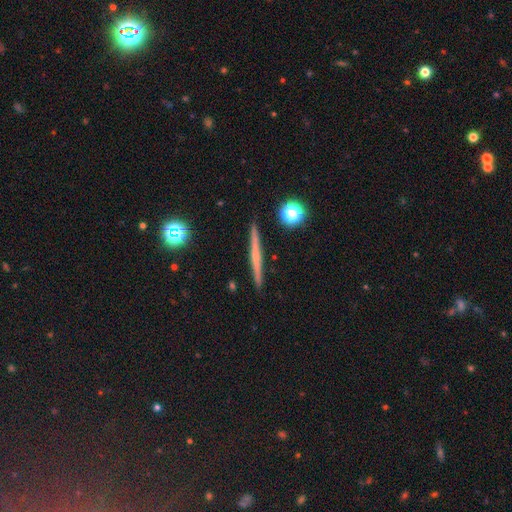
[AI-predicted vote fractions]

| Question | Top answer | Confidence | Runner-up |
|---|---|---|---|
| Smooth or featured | featured or disk | 56% | smooth (36%) |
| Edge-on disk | yes | 97% | no (3%) |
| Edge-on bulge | none | 68% | rounded (26%) |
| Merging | none | 92% | minor disturbance (5%) |